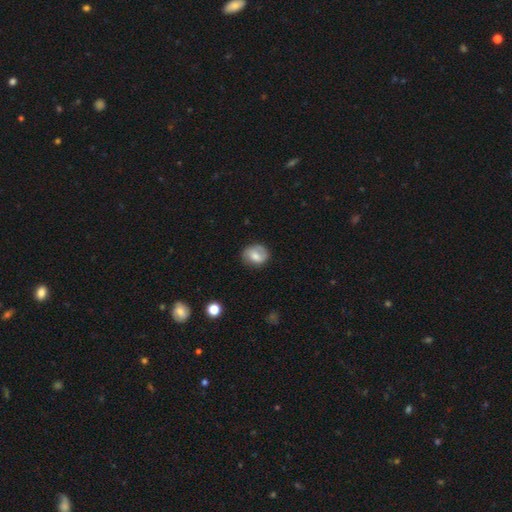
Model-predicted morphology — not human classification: A smooth galaxy with no disk features (65%) that is round (60%).

Vote fractions:
- Smooth or featured? smooth: 65% / featured or disk: 26% / star or artifact: 8%
- How rounded? round: 60% / in between: 39% / cigar-shaped: 1%
- Merging? none: 68% / minor disturbance: 23% / major disturbance: 7% / merger: 2%